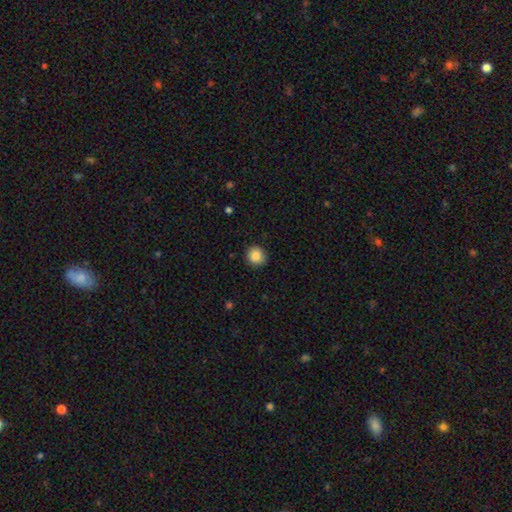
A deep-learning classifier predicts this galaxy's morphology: This appears to be a smooth galaxy with no disk features (87%) that is round (89%). Merging: none (88%).